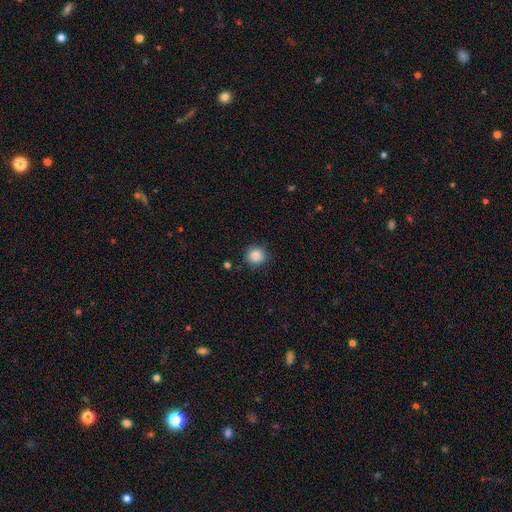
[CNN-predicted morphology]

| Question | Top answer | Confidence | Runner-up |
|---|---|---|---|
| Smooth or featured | smooth | 87% | star or artifact (10%) |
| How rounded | round | 91% | in between (8%) |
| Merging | none | 88% | minor disturbance (8%) |